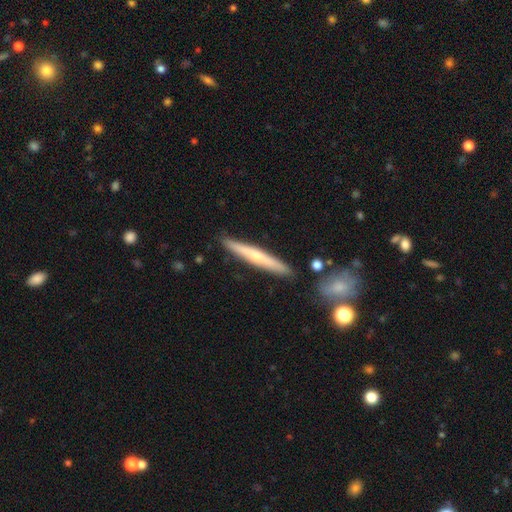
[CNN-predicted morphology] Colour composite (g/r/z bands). It shows a featured or disk galaxy (53%) viewed edge-on (96%) with a rounded central bulge (64%). Merging: none (88%).